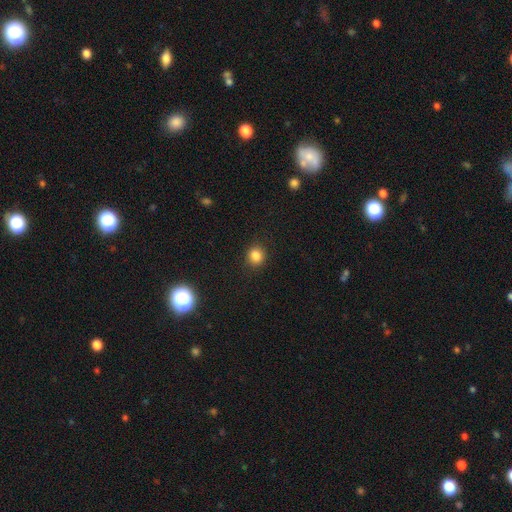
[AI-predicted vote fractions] Overall: smooth (84%). How rounded: round (83%). Merging: none (89%).